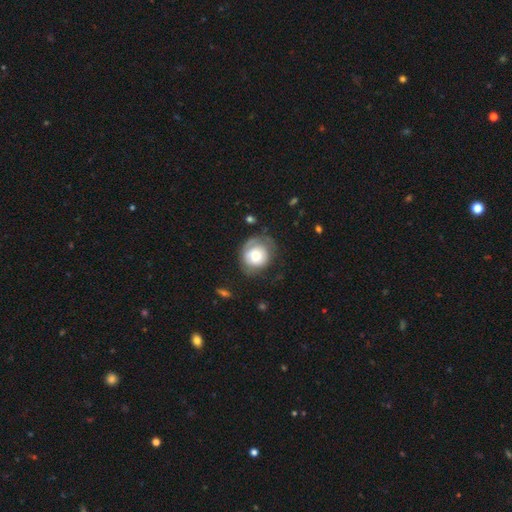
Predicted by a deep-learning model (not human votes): smooth_or_featured: smooth (p=0.61) [alt: featured or disk p=0.31]
how_rounded: round (p=0.77) [alt: in between p=0.22]
merging: none (p=0.54) [alt: minor disturbance p=0.28]